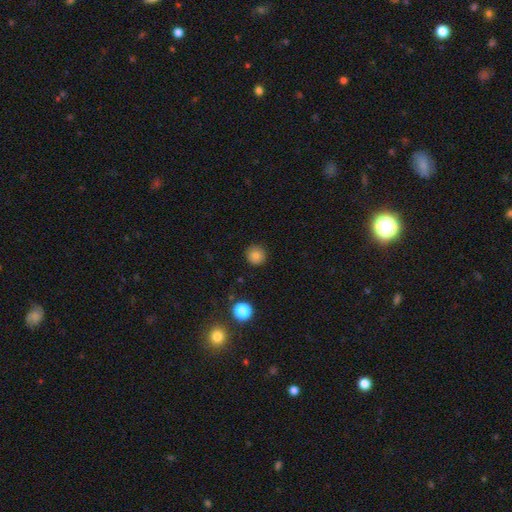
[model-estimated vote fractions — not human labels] The model was most divided on "smooth or featured": smooth: 78%, star or artifact: 12%, featured or disk: 10%. More confident: how rounded — round (95%); merging — none (90%).